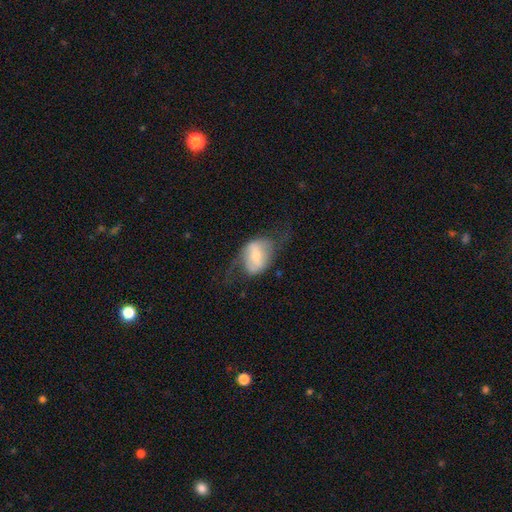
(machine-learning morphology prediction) Smooth or featured? featured or disk (54%)
Edge-on disk? no (92%)
Merging? none (50%)